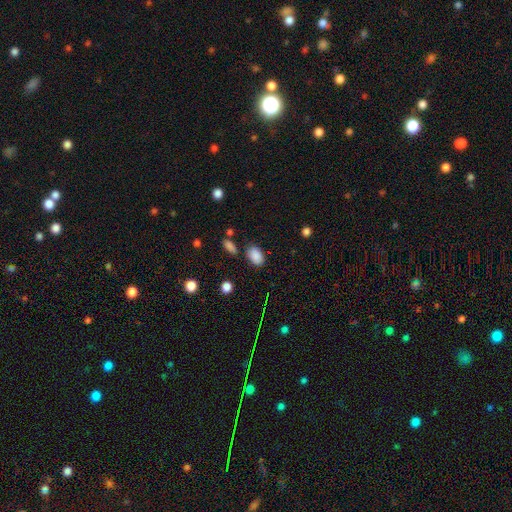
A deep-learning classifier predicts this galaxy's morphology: Overall: smooth (85%). How rounded: in between (87%). Merging: none (77%).